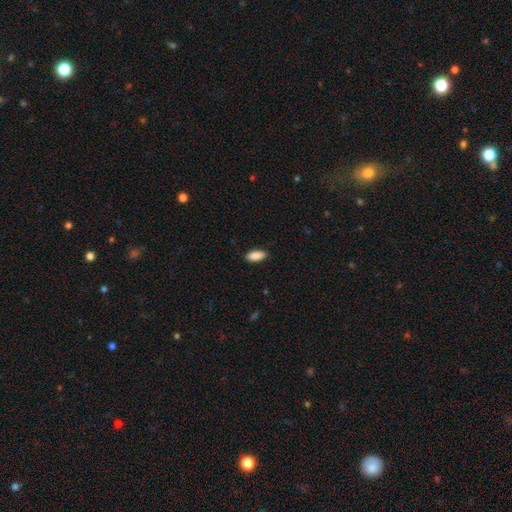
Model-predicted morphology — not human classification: Smooth or featured? Predicted: smooth (p=0.90). How rounded? Predicted: in between (p=0.83). Merging? Predicted: none (p=0.87).